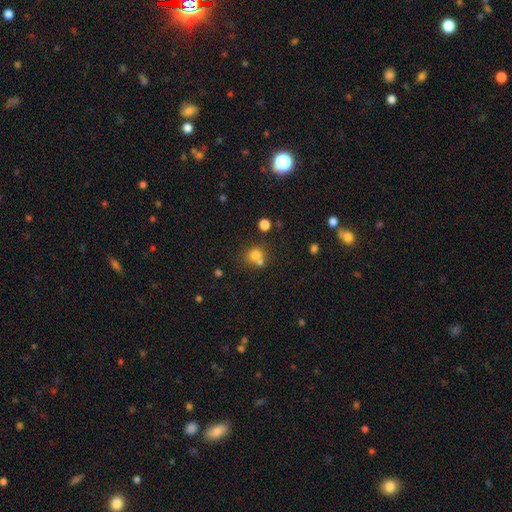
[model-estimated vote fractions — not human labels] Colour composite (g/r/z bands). It shows a smooth galaxy with no disk features (73%) that is round (79%). Merging: none (47%).